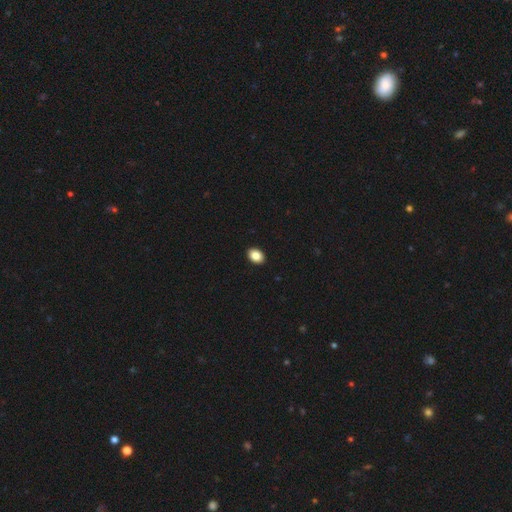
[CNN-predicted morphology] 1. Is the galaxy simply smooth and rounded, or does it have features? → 87% smooth, 8% star or artifact, 5% featured or disk.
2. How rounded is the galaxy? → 74% in between, 25% round, 1% cigar-shaped.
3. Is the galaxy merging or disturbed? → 92% none, 5% minor disturbance, 1% major disturbance, 1% merger.